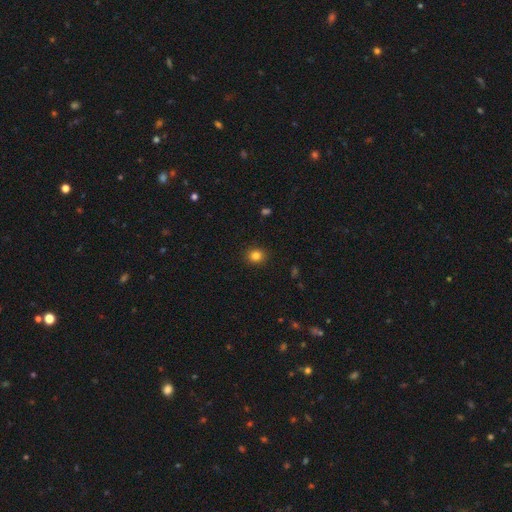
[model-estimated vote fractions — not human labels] Smooth or featured? Predicted: smooth (p=0.84). How rounded? Predicted: round (p=0.78). Merging? Predicted: none (p=0.90).